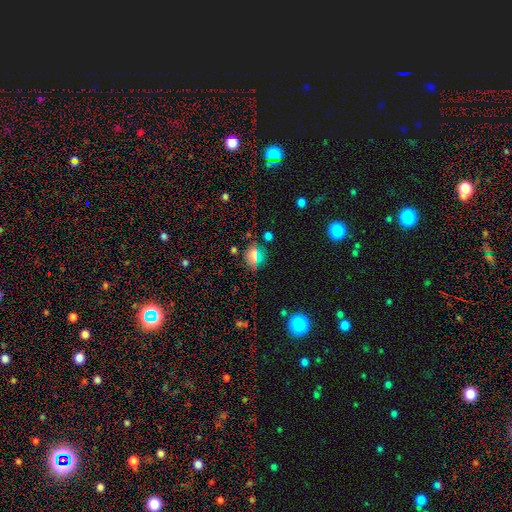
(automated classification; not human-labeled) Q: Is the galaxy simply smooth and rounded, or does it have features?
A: smooth — 61%.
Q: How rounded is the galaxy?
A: round — 59%.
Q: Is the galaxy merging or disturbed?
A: none — 82%.